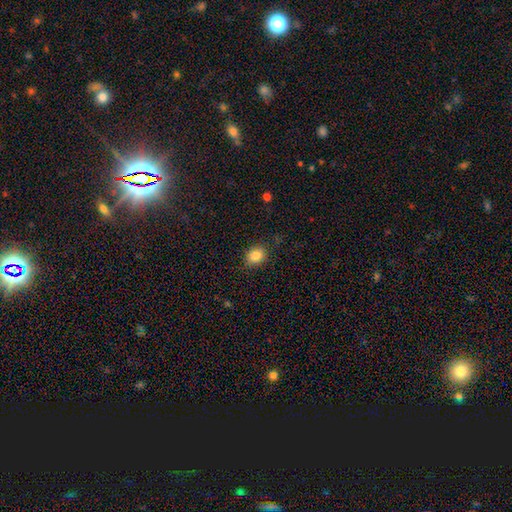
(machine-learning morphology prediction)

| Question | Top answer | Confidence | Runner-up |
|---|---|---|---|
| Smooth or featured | smooth | 84% | star or artifact (10%) |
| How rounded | round | 52% | in between (47%) |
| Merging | none | 82% | minor disturbance (14%) |